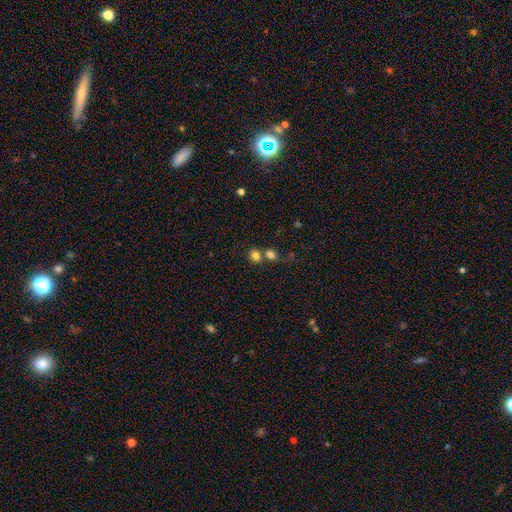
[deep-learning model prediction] Smooth or featured? Predicted: smooth (p=0.81). How rounded? Predicted: round (p=0.62). Merging? Predicted: none (p=0.50).